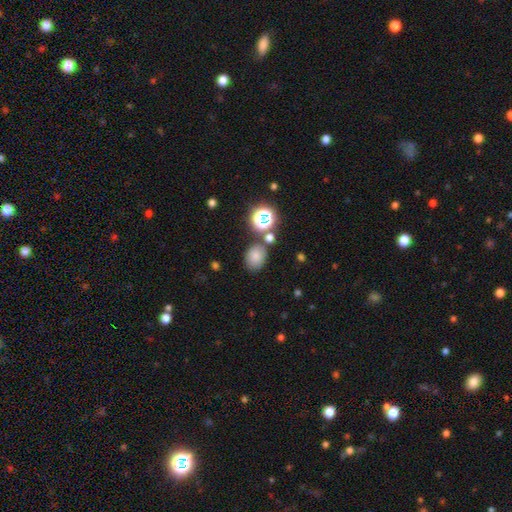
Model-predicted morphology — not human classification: Overall: smooth (73%). How rounded: in between (57%; round 42%). Merging: none (72%).